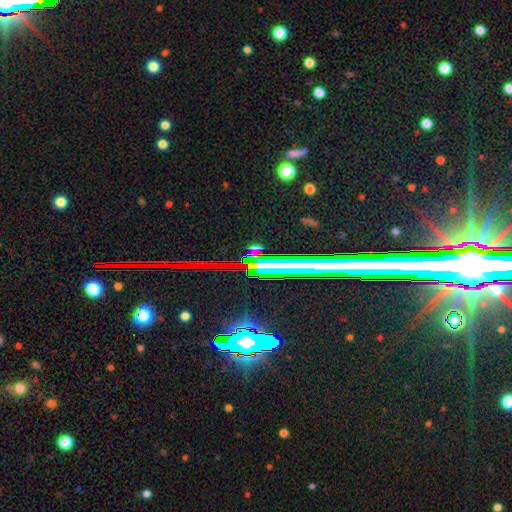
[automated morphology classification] smooth-or-featured: star or artifact: 43% | featured or disk: 32% | smooth: 26%